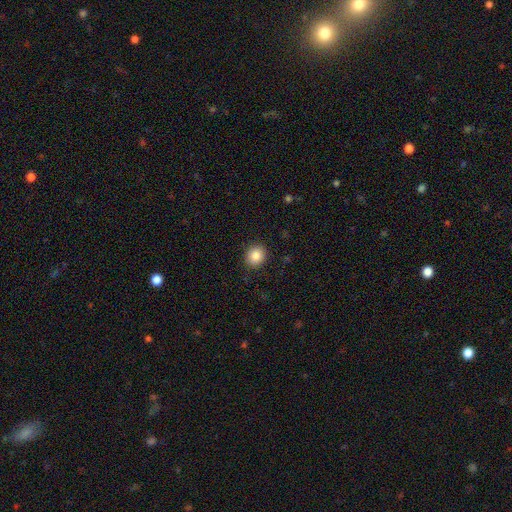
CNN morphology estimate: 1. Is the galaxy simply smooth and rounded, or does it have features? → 86% smooth, 9% star or artifact, 5% featured or disk.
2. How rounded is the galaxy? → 78% round, 22% in between, 1% cigar-shaped.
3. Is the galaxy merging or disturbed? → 90% none, 7% minor disturbance, 2% major disturbance, 1% merger.